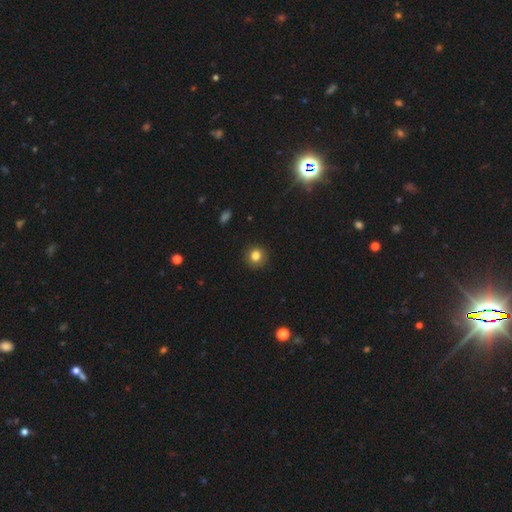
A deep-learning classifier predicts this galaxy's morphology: This appears to be a smooth galaxy with no disk features (82%) that is round (90%). Merging: none (90%).